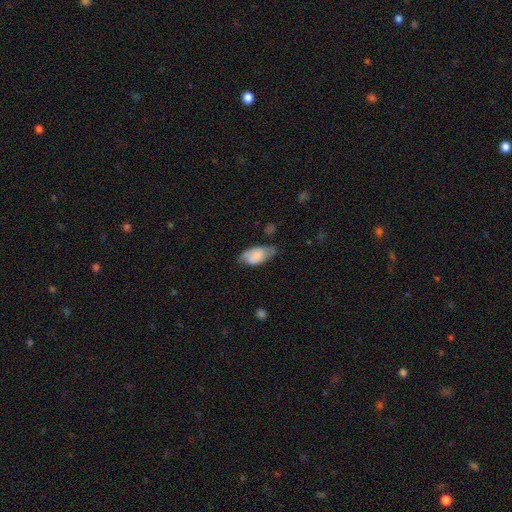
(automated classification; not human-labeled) The model was most divided on "merging": none: 50%, minor disturbance: 36%, major disturbance: 11%, merger: 3%. More confident: how rounded — in between (93%); smooth or featured — smooth (75%).